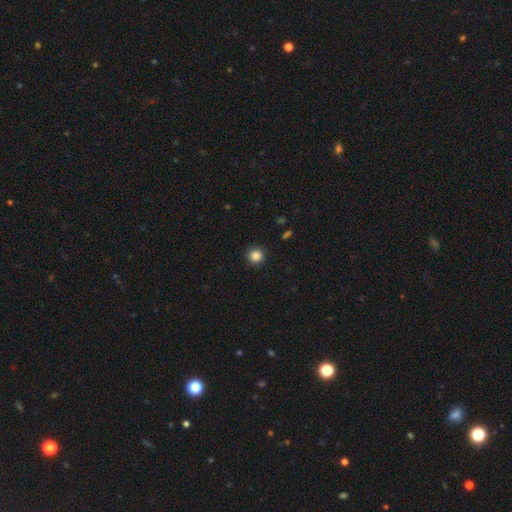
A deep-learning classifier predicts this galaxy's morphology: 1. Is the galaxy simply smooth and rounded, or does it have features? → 86% smooth, 11% star or artifact, 4% featured or disk.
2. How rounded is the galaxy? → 94% round, 5% in between, 1% cigar-shaped.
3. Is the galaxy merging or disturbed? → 90% none, 7% minor disturbance, 2% major disturbance, 1% merger.